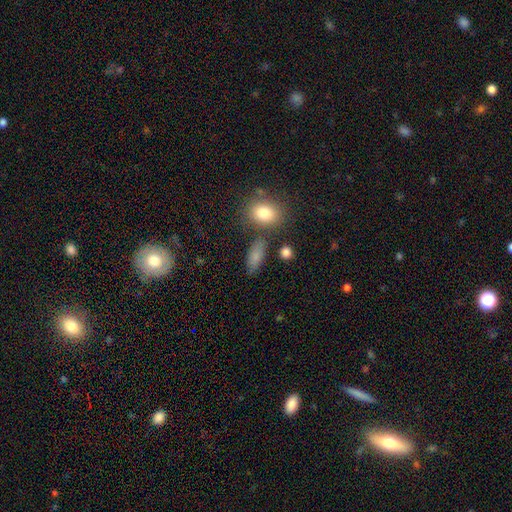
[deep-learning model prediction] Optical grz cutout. It shows a smooth galaxy with no disk features (80%) that is in between round and cigar-shaped (75%). Merging: none (74%).